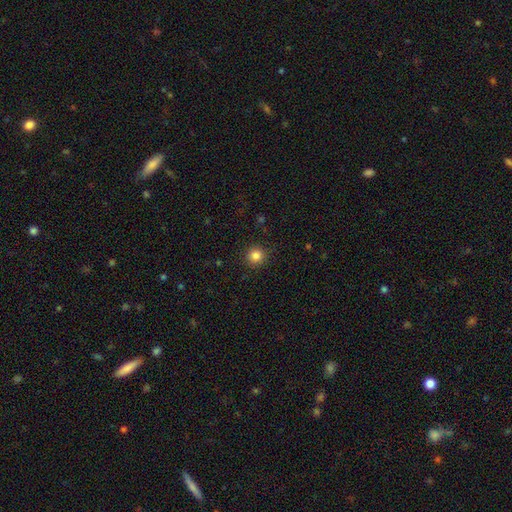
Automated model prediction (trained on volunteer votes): Overall: smooth (85%). How rounded: round (94%). Merging: none (90%).